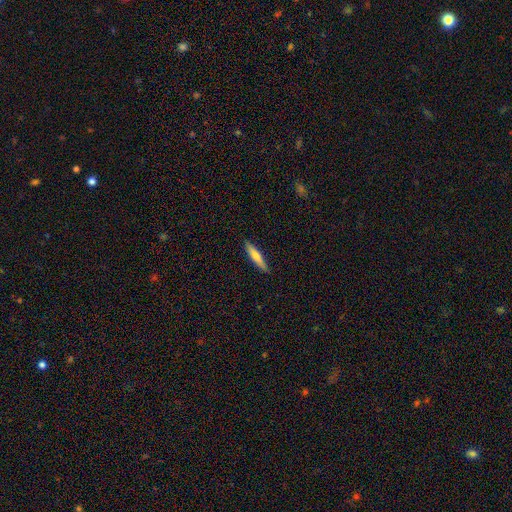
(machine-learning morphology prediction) A smooth galaxy with no disk features (66%) that is cigar-shaped (90%). Merging: none (90%).